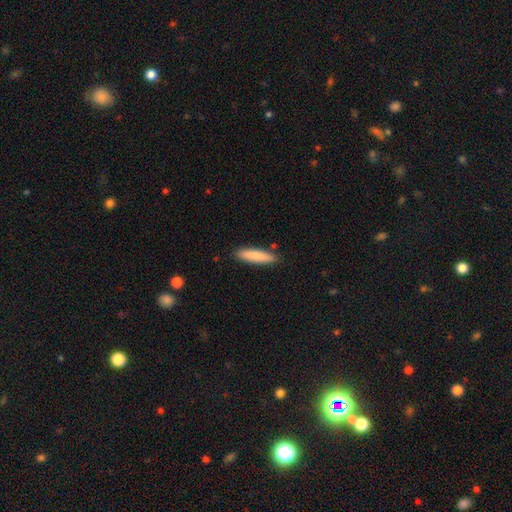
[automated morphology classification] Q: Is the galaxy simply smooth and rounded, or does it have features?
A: smooth — 83%.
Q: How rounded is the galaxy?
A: cigar-shaped — 80%.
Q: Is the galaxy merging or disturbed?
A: none — 86%.